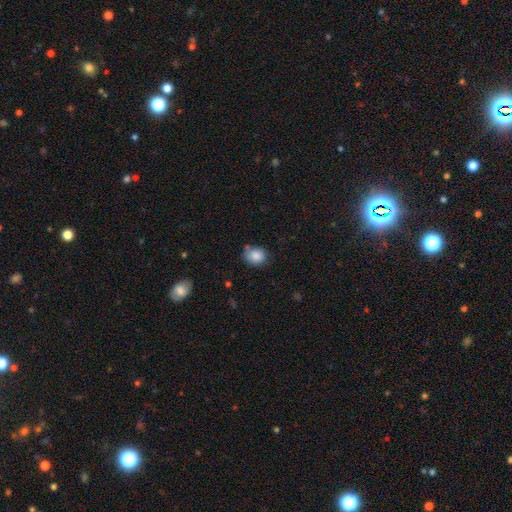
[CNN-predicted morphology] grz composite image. It shows a smooth galaxy with no disk features (86%) that is round (58%). Merging: none (64%).